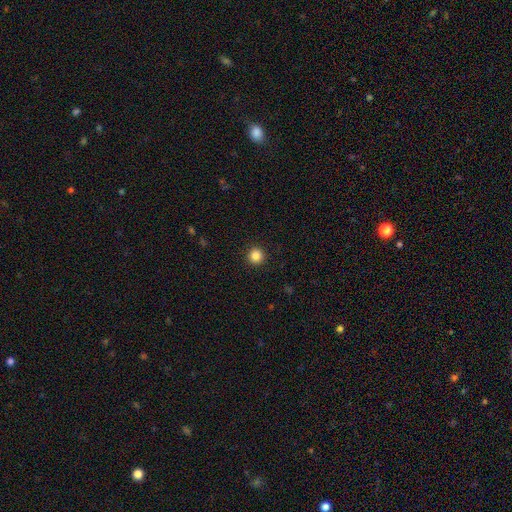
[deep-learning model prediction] This appears to be a smooth galaxy with no disk features (85%) that is round (95%). Merging: none (93%).